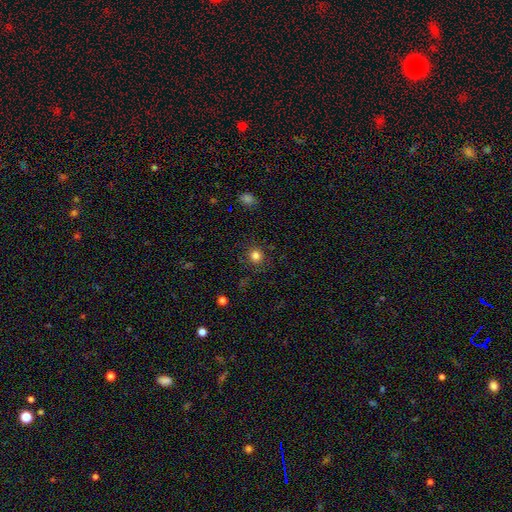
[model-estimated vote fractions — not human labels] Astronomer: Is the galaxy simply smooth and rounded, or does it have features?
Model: smooth — 81%.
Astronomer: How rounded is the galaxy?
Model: round — 92%.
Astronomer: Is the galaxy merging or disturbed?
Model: none — 87%.